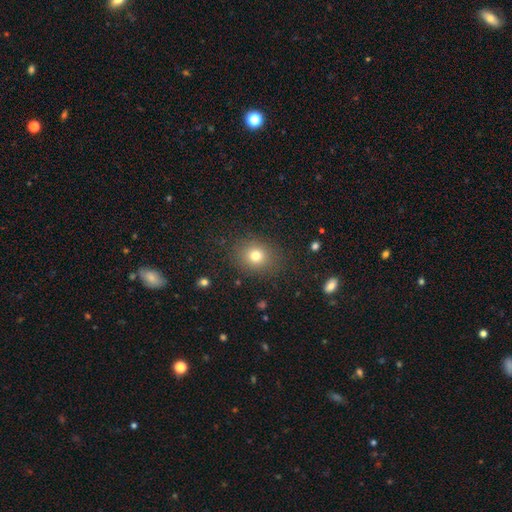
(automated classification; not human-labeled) smooth 76%, star or artifact 14%, featured or disk 9%. Down the decision tree: how rounded — round (68%); merging — none (85%).